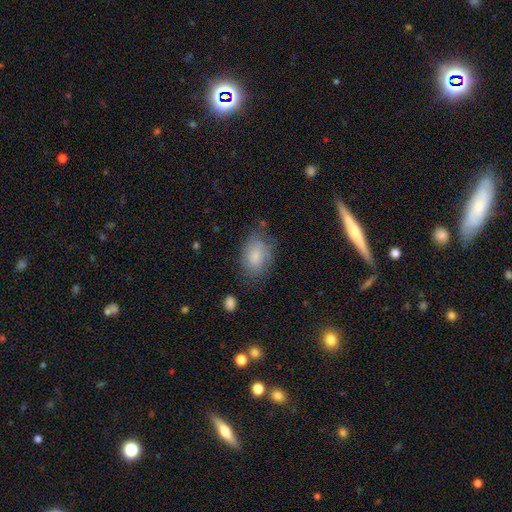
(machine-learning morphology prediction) The model was most divided on "merging": none: 61%, minor disturbance: 26%, major disturbance: 10%, merger: 3%. More confident: how rounded — in between (80%); smooth or featured — smooth (75%).